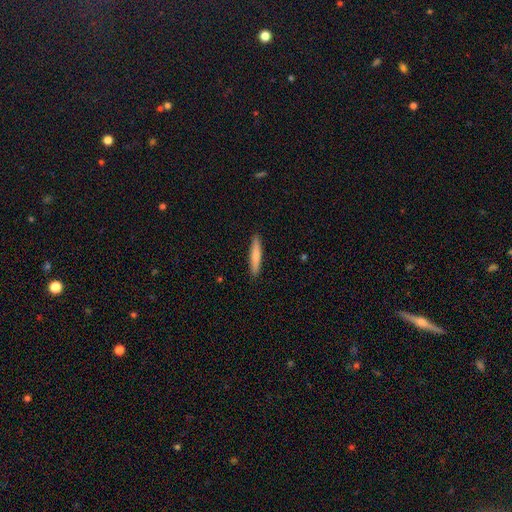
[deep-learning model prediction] Q: Smooth or featured?
A: smooth (75%); runner-up: featured or disk (20%)
Q: How rounded?
A: cigar-shaped (91%); runner-up: in between (8%)
Q: Merging?
A: none (91%); runner-up: minor disturbance (6%)